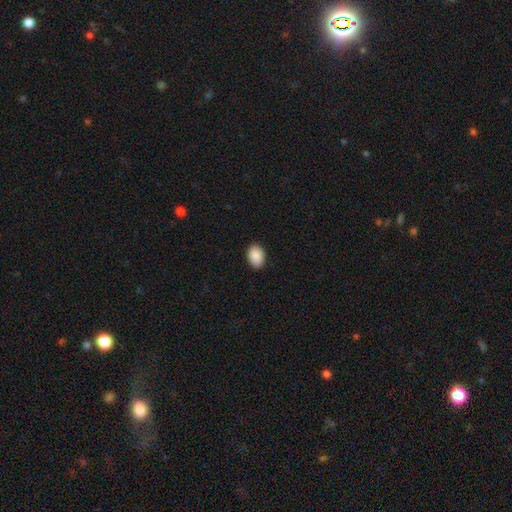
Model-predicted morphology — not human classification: Q: Smooth or featured?
A: smooth (90%); runner-up: star or artifact (7%)
Q: How rounded?
A: in between (81%); runner-up: round (18%)
Q: Merging?
A: none (90%); runner-up: minor disturbance (7%)